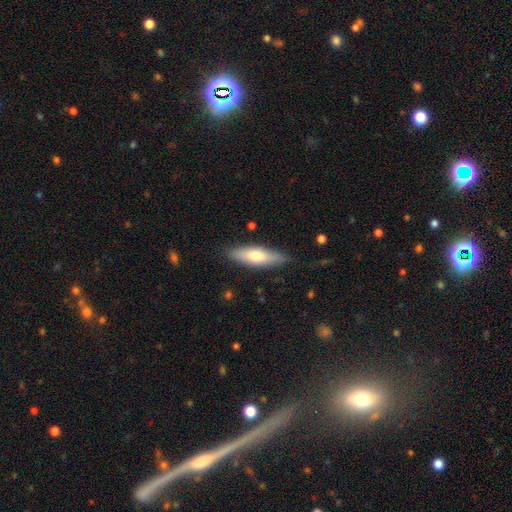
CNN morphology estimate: smooth_or_featured: smooth (p=0.64) [alt: featured or disk p=0.31]
how_rounded: cigar-shaped (p=0.55) [alt: in between p=0.43]
merging: none (p=0.82) [alt: minor disturbance p=0.14]